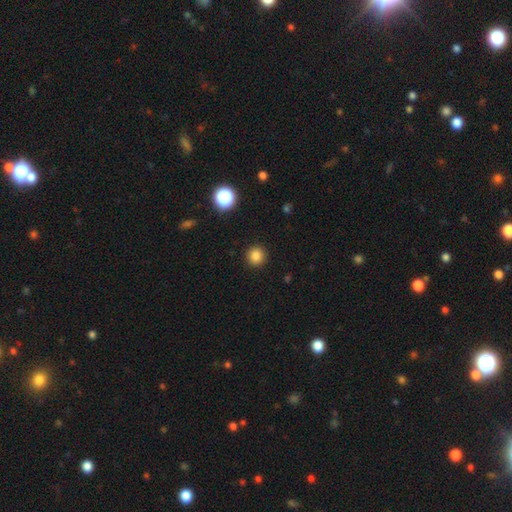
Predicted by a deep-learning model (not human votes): A smooth galaxy with no disk features (84%) that is round (93%). Merging: none (92%).